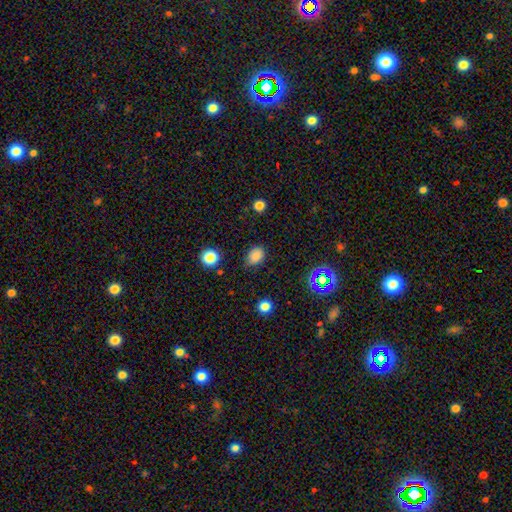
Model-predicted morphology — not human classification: The model was most divided on "how rounded": in between: 67%, round: 32%, cigar-shaped: 1%. More confident: smooth or featured — smooth (83%); merging — none (75%).